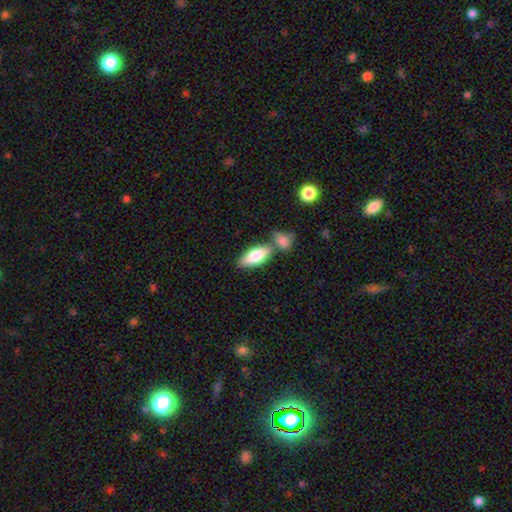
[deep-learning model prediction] A smooth galaxy with no disk features (78%) that is in between round and cigar-shaped (80%).

Vote fractions:
- Smooth or featured? smooth: 78% / featured or disk: 17% / star or artifact: 6%
- How rounded? in between: 80% / cigar-shaped: 18% / round: 2%
- Merging? none: 51% / merger: 31% / minor disturbance: 13% / major disturbance: 4%